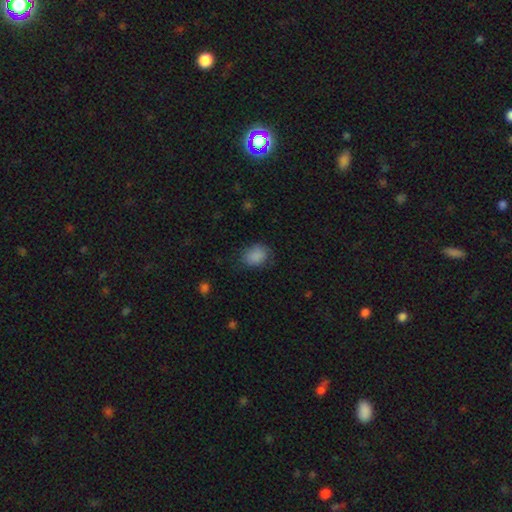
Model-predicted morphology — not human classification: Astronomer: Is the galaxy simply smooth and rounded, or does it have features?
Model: smooth — 86%.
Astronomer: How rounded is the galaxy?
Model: in between — 58% (runner-up: round, 41%).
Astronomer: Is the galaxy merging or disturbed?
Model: none — 72%.